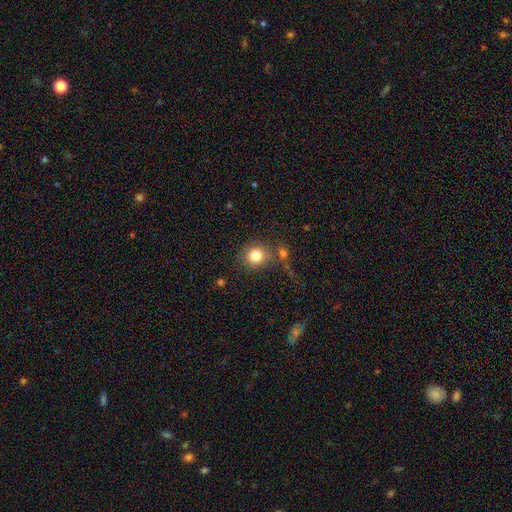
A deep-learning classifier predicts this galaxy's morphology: The model was most divided on "merging": none: 74%, merger: 11%, minor disturbance: 10%, major disturbance: 5%. More confident: how rounded — round (86%); smooth or featured — smooth (82%).